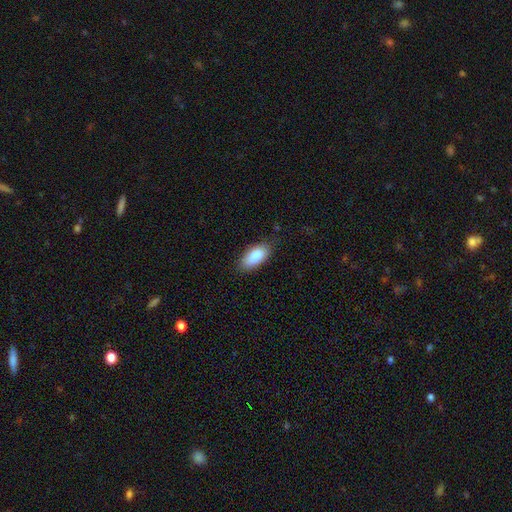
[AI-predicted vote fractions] smooth_or_featured: smooth (p=0.87) [alt: featured or disk p=0.07]
how_rounded: in between (p=0.89) [alt: cigar-shaped p=0.09]
merging: none (p=0.81) [alt: minor disturbance p=0.15]